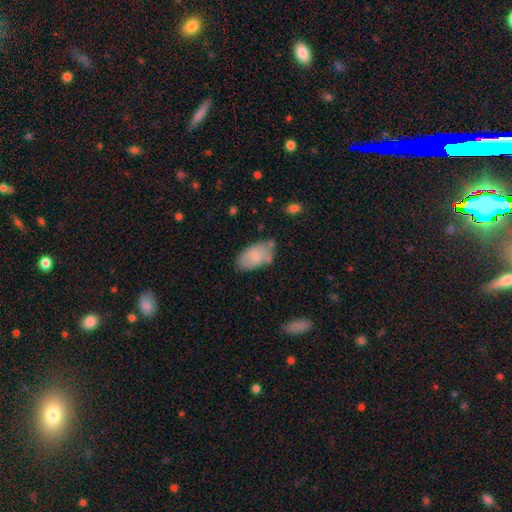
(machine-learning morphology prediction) smooth 76%, featured or disk 18%, star or artifact 6%. Down the decision tree: how rounded — in between (94%); merging — none (63%).